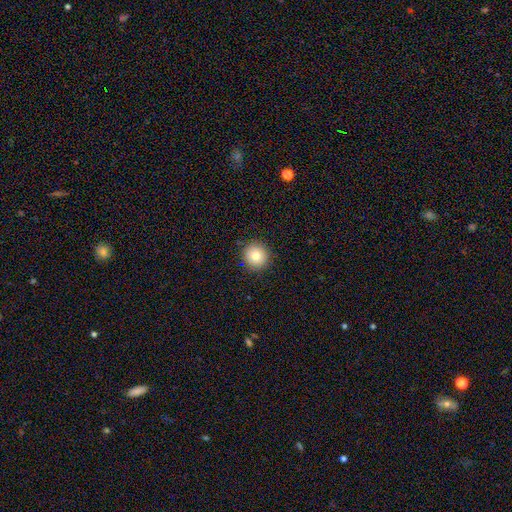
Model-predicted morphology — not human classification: A smooth galaxy with no disk features (79%) that is round (95%).

Vote fractions:
- Smooth or featured? smooth: 79% / star or artifact: 11% / featured or disk: 10%
- How rounded? round: 95% / in between: 4% / cigar-shaped: 1%
- Merging? none: 91% / minor disturbance: 6% / major disturbance: 2% / merger: 1%